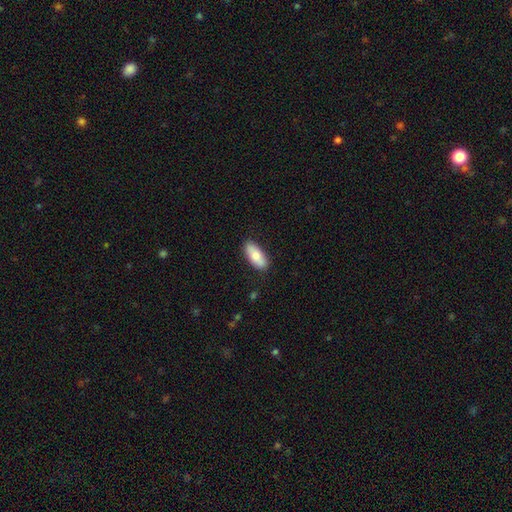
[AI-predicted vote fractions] Smooth or featured?
  - smooth: 77% *
  - featured or disk: 17%
  - star or artifact: 6%
How rounded?
  - in between: 82% *
  - cigar-shaped: 16%
  - round: 2%
Merging?
  - none: 86% *
  - minor disturbance: 11%
  - major disturbance: 2%
  - merger: 1%